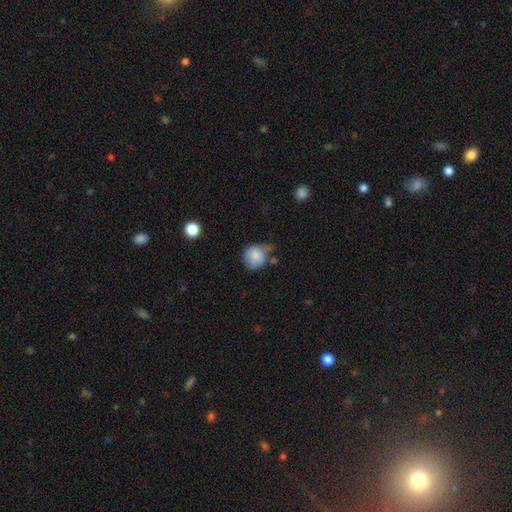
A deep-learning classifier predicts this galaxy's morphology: Smooth or featured?
  - smooth: 82% *
  - featured or disk: 10%
  - star or artifact: 8%
How rounded?
  - round: 84% *
  - in between: 15%
  - cigar-shaped: 1%
Merging?
  - none: 43% *
  - minor disturbance: 35%
  - major disturbance: 13%
  - merger: 9%